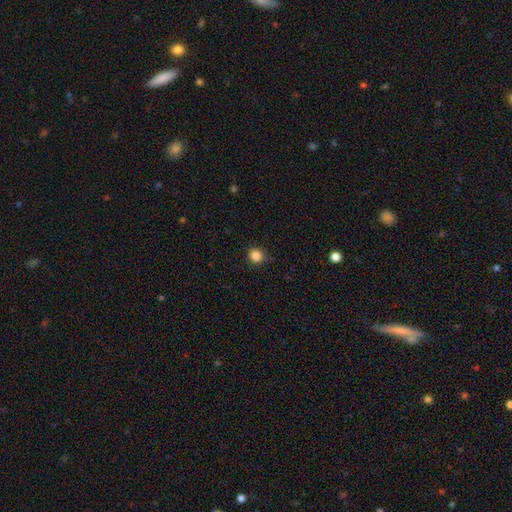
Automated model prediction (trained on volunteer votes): This is clearly a smooth galaxy (85%). How rounded: clearly round (89%). Merging: clearly none (87%).